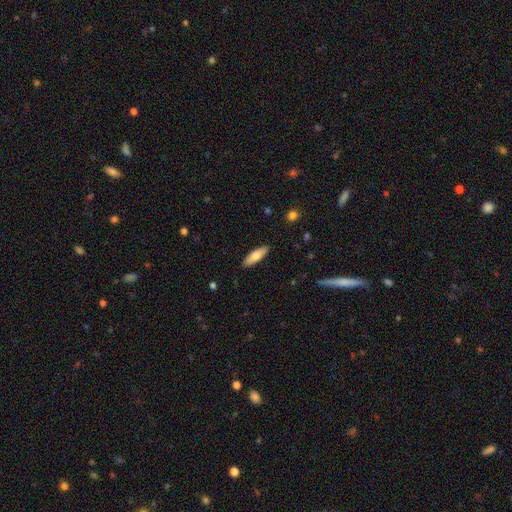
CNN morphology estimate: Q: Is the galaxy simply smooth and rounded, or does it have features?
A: smooth — 75%.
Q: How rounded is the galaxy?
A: cigar-shaped — 58%.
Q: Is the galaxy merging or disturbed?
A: none — 89%.